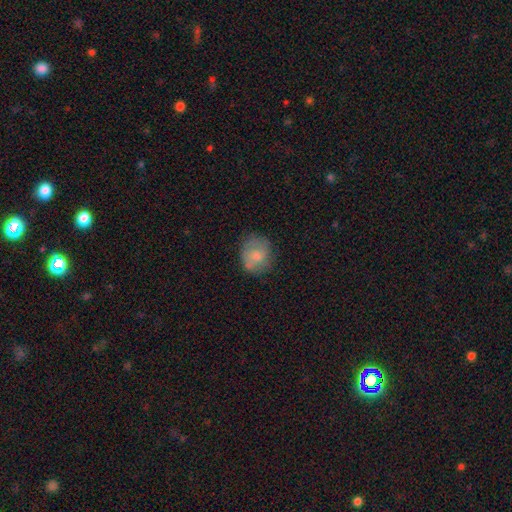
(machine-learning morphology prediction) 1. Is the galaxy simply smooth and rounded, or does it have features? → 68% smooth, 25% featured or disk, 8% star or artifact.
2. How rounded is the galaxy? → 70% round, 29% in between, 1% cigar-shaped.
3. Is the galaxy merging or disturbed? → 63% none, 25% minor disturbance, 8% major disturbance, 4% merger.